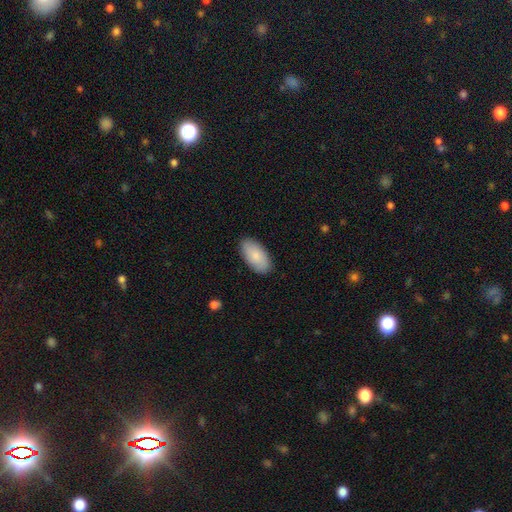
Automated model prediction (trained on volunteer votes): smooth-or-featured: smooth: 84% | featured or disk: 11% | star or artifact: 5%
  how-rounded: in between: 95% | cigar-shaped: 3% | round: 2%
  merging: none: 88% | minor disturbance: 9% | major disturbance: 2% | merger: 1%